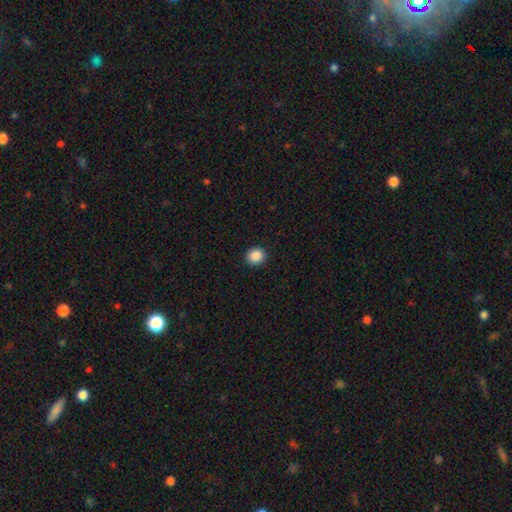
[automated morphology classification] Smooth or featured? smooth (88%)
How rounded? round (81%)
Merging? none (92%)